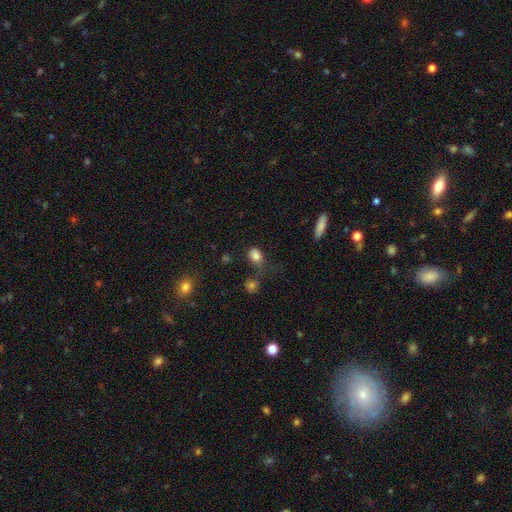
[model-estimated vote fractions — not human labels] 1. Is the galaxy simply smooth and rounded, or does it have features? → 82% smooth, 11% star or artifact, 7% featured or disk.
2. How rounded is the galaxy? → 63% in between, 35% round, 2% cigar-shaped.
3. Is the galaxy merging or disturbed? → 53% none, 25% minor disturbance, 11% merger, 11% major disturbance.